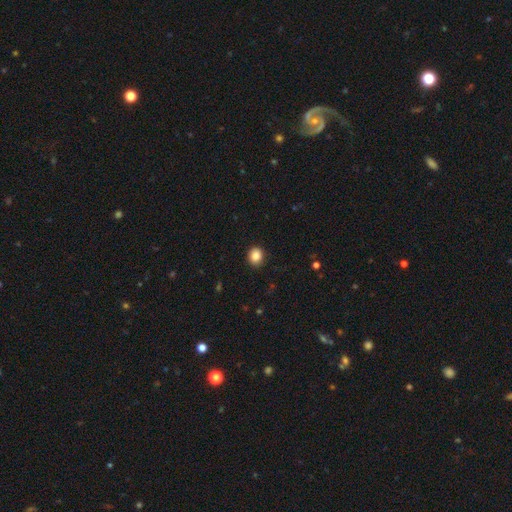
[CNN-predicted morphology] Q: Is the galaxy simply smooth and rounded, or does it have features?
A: smooth — 87%.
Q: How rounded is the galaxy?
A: round — 76%.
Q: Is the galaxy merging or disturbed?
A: none — 91%.